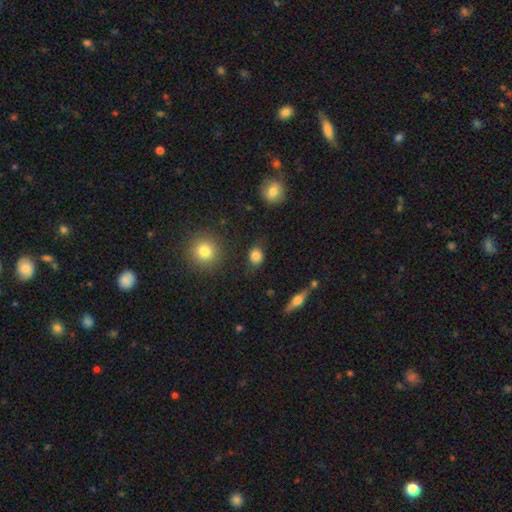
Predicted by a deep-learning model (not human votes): This appears to be a smooth galaxy with no disk features (83%) that is round (65%). Merging: none (79%).